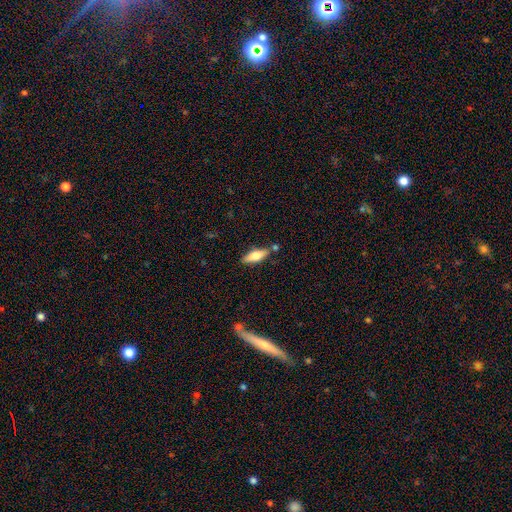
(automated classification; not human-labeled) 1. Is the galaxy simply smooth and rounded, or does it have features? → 59% smooth, 34% featured or disk, 7% star or artifact.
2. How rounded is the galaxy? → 60% in between, 37% cigar-shaped, 2% round.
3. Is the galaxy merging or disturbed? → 78% none, 13% minor disturbance, 6% merger, 3% major disturbance.